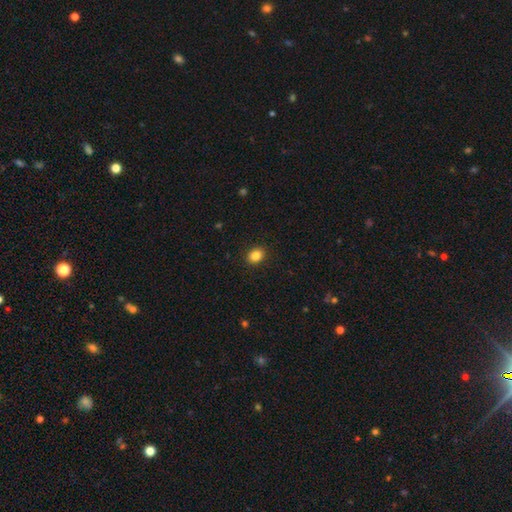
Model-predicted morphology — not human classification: smooth 85%, star or artifact 10%, featured or disk 5%. Down the decision tree: how rounded — in between (52%); merging — none (91%).